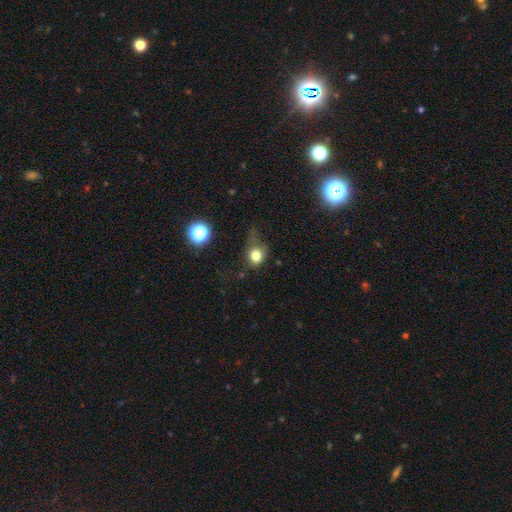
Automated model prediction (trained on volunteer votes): Morphology: type=smooth (78%); roundness=round (68%); merging=none (39%).